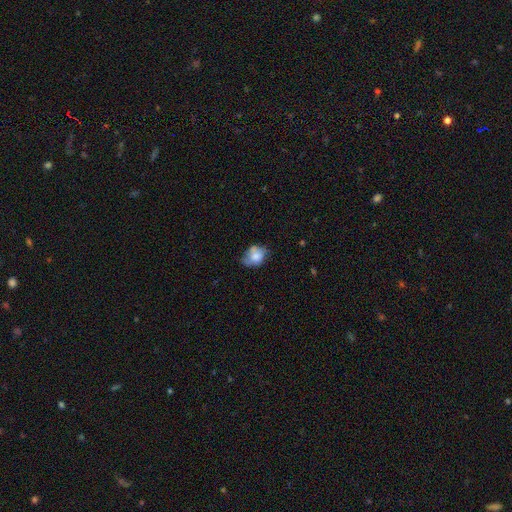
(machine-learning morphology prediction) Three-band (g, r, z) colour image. It shows a smooth galaxy with no disk features (70%) that is in between round and cigar-shaped (60%). Merging: none (45%).